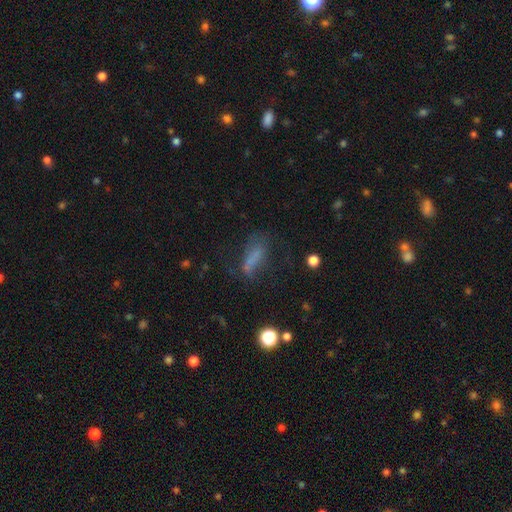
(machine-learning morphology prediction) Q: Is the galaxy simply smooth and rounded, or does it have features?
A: smooth — 58%.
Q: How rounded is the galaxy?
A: cigar-shaped — 49%.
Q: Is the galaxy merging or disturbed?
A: none — 48%.